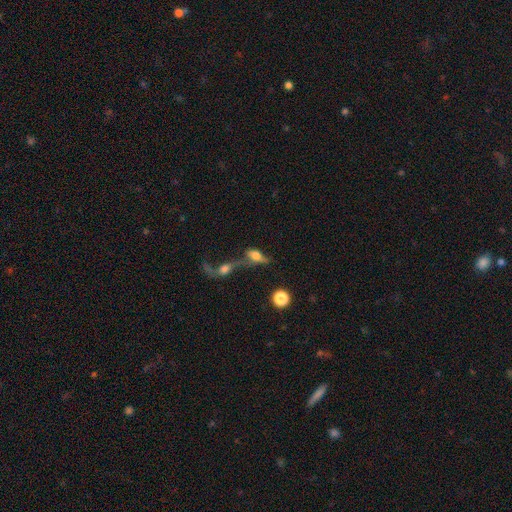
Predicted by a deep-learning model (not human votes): Smooth or featured?
  - smooth: 48% *
  - featured or disk: 39%
  - star or artifact: 13%
Merging?
  - merger: 66% *
  - none: 14%
  - major disturbance: 12%
  - minor disturbance: 7%